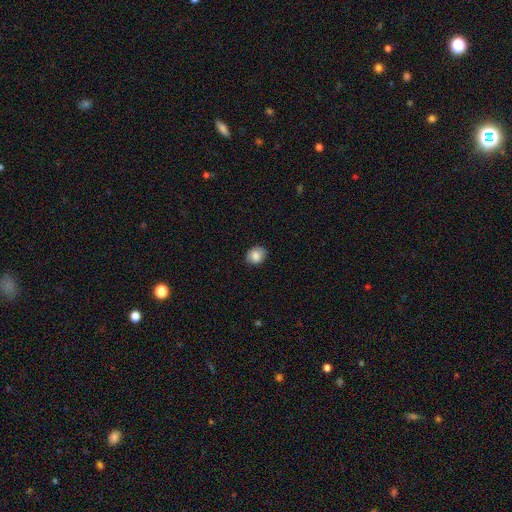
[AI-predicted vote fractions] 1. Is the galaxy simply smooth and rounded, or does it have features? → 84% smooth, 8% star or artifact, 8% featured or disk.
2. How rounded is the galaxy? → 54% round, 45% in between, 1% cigar-shaped.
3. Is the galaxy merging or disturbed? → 83% none, 13% minor disturbance, 3% major disturbance, 1% merger.